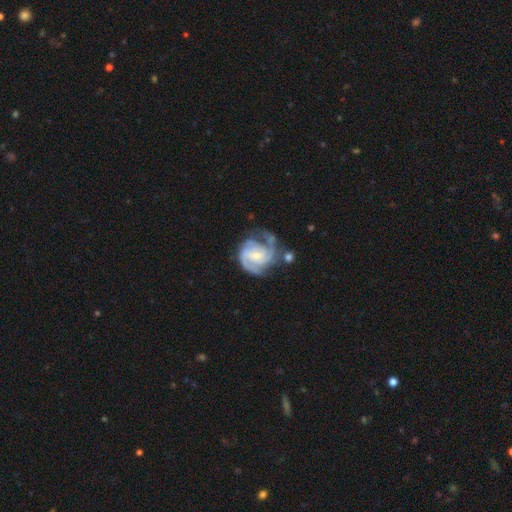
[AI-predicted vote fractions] Morphology: type=featured or disk (90%); edge-on=no (98%); bar=no (44%, tied with weak); spiral arms=yes (98%); winding=tight (57%); arm count=3 (43%); bulge=small (63%); merging=none (53%).